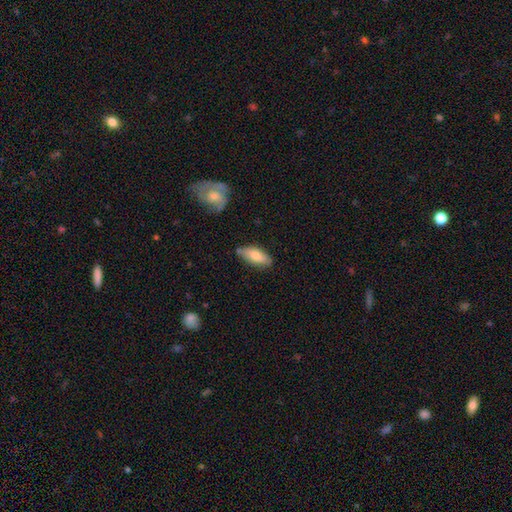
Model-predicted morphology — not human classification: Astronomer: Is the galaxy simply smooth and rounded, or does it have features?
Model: smooth — 78%.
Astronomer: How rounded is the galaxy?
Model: in between — 81%.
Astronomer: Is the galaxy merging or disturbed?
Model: none — 72%.